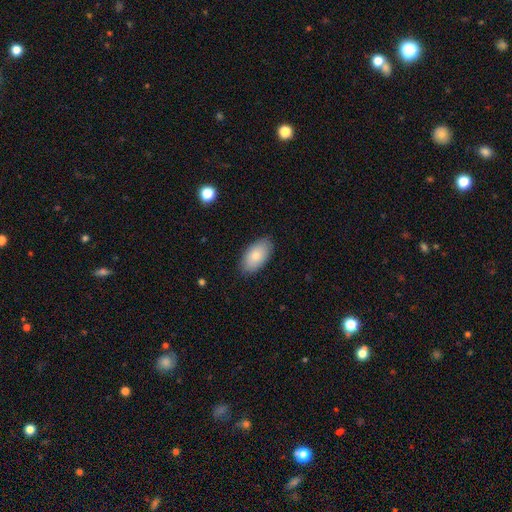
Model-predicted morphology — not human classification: The model was most divided on "smooth or featured": smooth: 81%, featured or disk: 13%, star or artifact: 6%. More confident: how rounded — in between (95%); merging — none (85%).